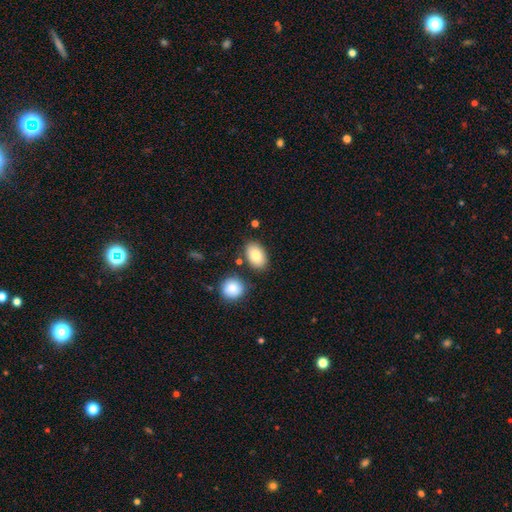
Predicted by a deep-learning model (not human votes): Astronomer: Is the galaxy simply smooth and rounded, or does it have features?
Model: smooth — 83%.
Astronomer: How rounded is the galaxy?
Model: in between — 88%.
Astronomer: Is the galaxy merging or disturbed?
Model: none — 78%.